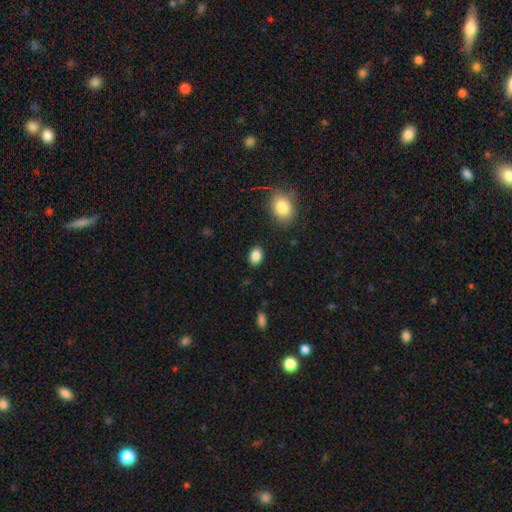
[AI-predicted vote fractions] This appears to be a smooth galaxy with no disk features (86%) that is in between round and cigar-shaped (76%). Merging: none (87%).